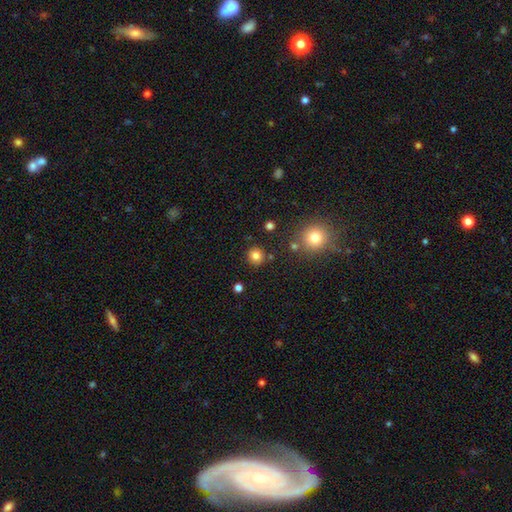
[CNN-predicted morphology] Overall: smooth (81%). How rounded: round (92%). Merging: none (87%).